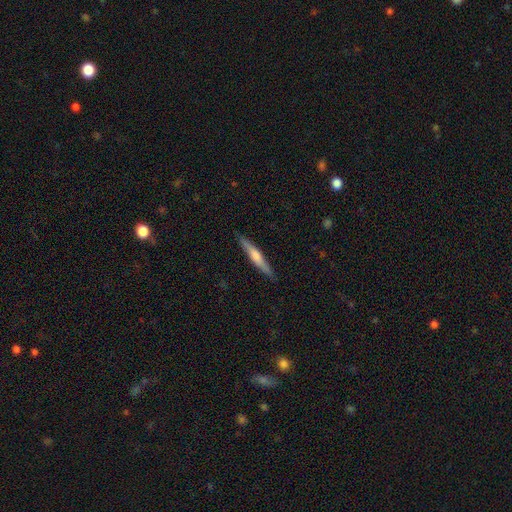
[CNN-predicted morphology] A featured or disk galaxy (51%) viewed edge-on (96%).

Vote fractions:
- Smooth or featured? featured or disk: 51% / smooth: 44% / star or artifact: 6%
- Edge-on disk? yes: 96% / no: 4%
- Merging? none: 90% / minor disturbance: 8% / major disturbance: 1% / merger: 1%